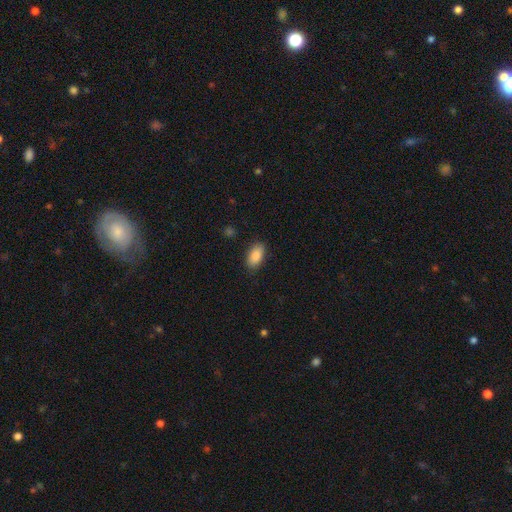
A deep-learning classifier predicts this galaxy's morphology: smooth 88%, star or artifact 7%, featured or disk 5%. Down the decision tree: how rounded — in between (93%); merging — none (86%).